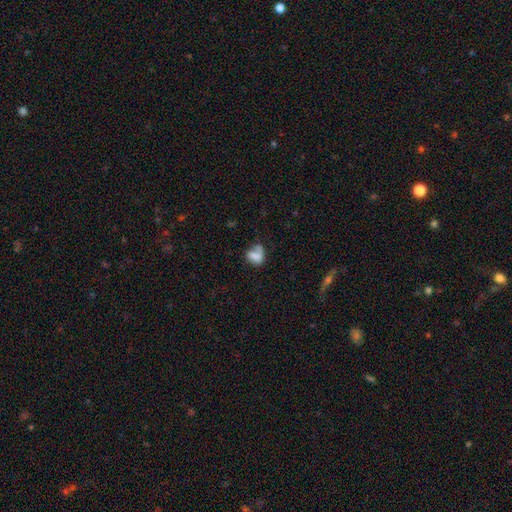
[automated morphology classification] Smooth or featured? smooth (67%)
How rounded? in between (65%)
Merging? none (36%)